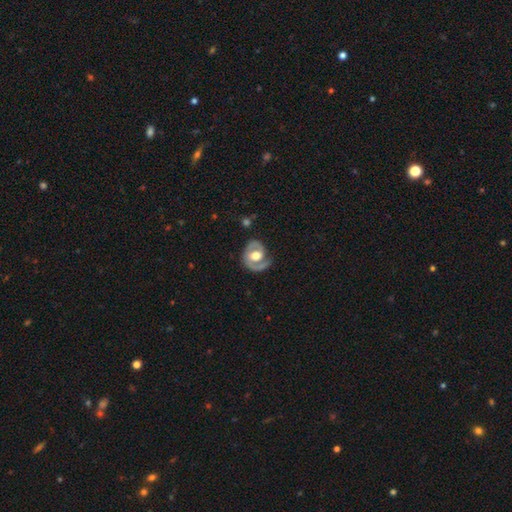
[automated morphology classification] smooth-or-featured: featured or disk: 78% | smooth: 18% | star or artifact: 5%
  disk-edge-on: no: 97% | yes: 3%
    bar: no: 48% | weak: 37% | strong: 15%
    has-spiral-arms: yes: 83% | no: 17%
      spiral-winding: tight: 44% | medium: 41% | loose: 15%
      spiral-arm-count: 2: 63% | 1: 29% | can't tell: 6% | 3: 1% | 4: 1% | more than 4: 1%
    bulge-size: moderate: 57% | large: 32% | small: 6% | dominant: 2% | none: 1%
  merging: none: 66% | minor disturbance: 20% | major disturbance: 12% | merger: 2%